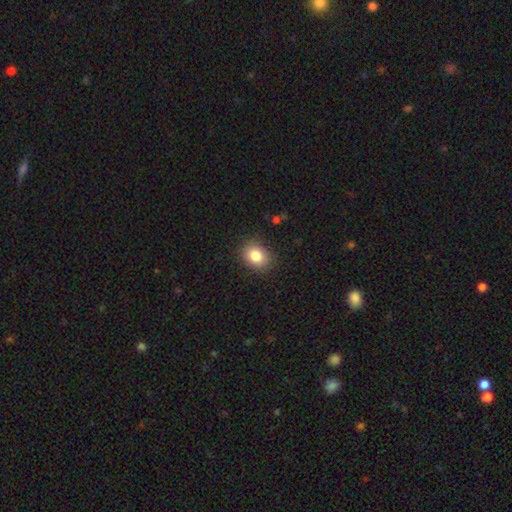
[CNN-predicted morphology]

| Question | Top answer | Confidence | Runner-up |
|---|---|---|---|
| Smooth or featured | smooth | 83% | star or artifact (10%) |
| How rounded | in between | 54% | round (45%) |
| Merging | none | 87% | minor disturbance (10%) |